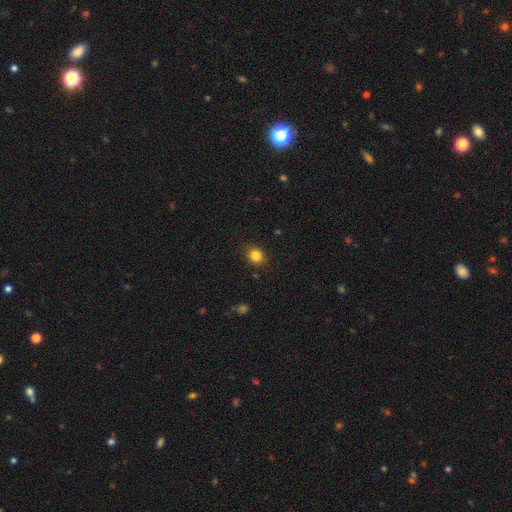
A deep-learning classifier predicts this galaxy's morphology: type=smooth (84%); roundness=round (64%); merging=none (86%).